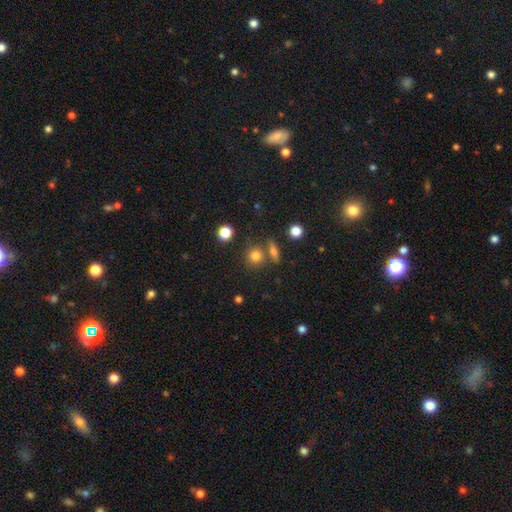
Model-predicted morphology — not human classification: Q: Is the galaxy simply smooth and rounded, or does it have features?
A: smooth — 78%.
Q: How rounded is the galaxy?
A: round — 86%.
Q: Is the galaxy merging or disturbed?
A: none — 70%.